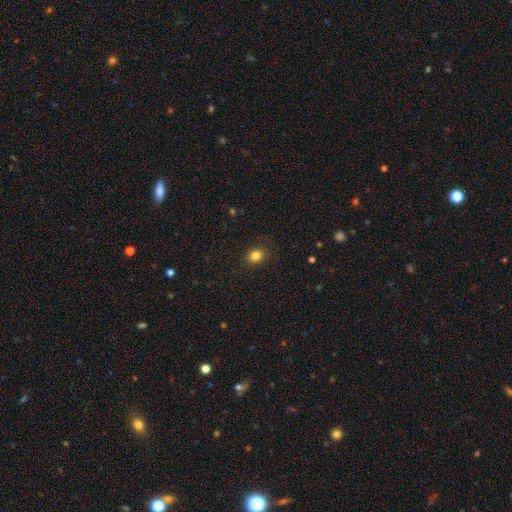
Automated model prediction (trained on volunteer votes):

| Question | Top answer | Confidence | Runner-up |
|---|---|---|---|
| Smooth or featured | smooth | 83% | star or artifact (12%) |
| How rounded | round | 62% | in between (37%) |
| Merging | none | 88% | minor disturbance (9%) |